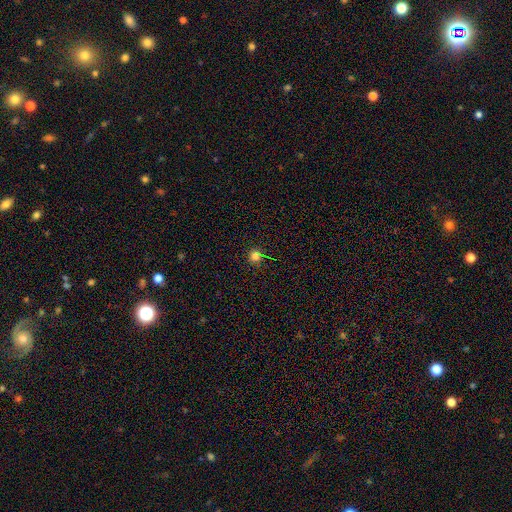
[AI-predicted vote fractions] smooth-or-featured: smooth: 71% | star or artifact: 24% | featured or disk: 5%
  how-rounded: round: 91% | in between: 8% | cigar-shaped: 1%
  merging: none: 83% | minor disturbance: 9% | merger: 4% | major disturbance: 3%